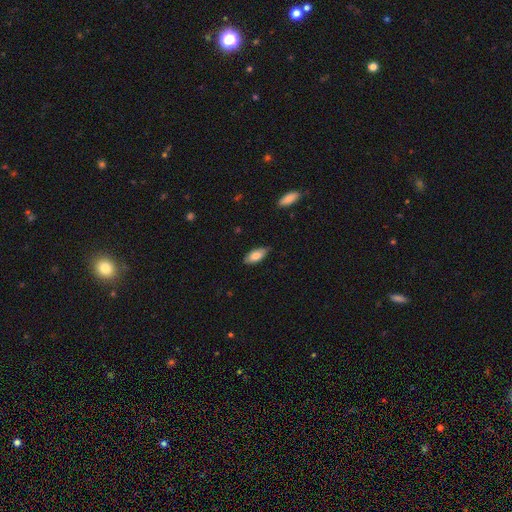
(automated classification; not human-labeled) Smooth or featured?
  - smooth: 79% *
  - featured or disk: 15%
  - star or artifact: 6%
How rounded?
  - in between: 88% *
  - cigar-shaped: 10%
  - round: 2%
Merging?
  - none: 79% *
  - minor disturbance: 18%
  - major disturbance: 2%
  - merger: 1%